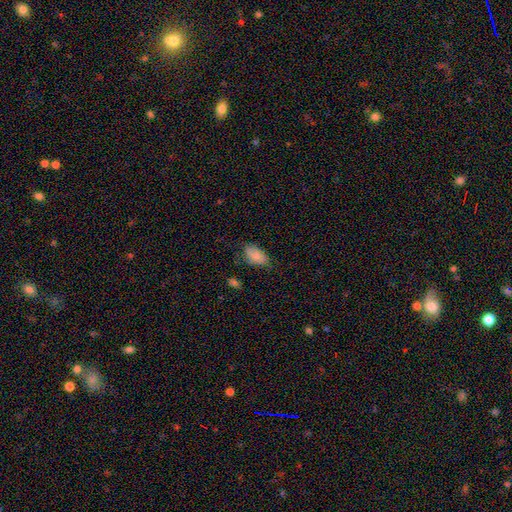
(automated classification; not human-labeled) Overall: smooth (82%). How rounded: in between (93%). Merging: none (62%; minor disturbance 29%).